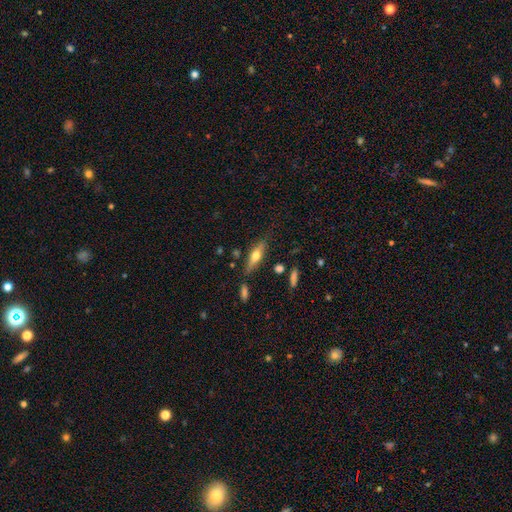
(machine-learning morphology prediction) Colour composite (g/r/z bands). It shows a smooth galaxy with no disk features (48%). Merging: none (78%).